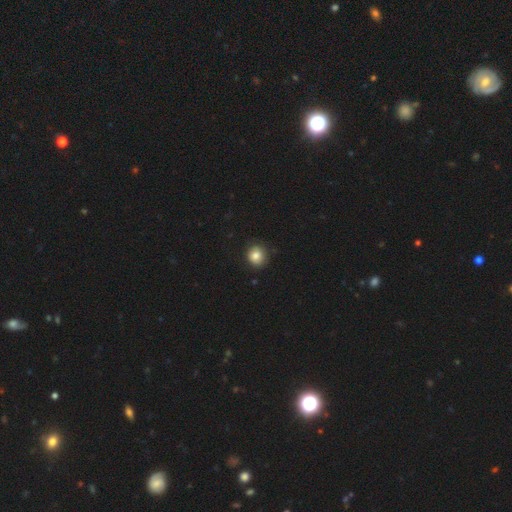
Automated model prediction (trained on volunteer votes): This is clearly a smooth galaxy (84%). How rounded: clearly round (88%). Merging: clearly none (86%).